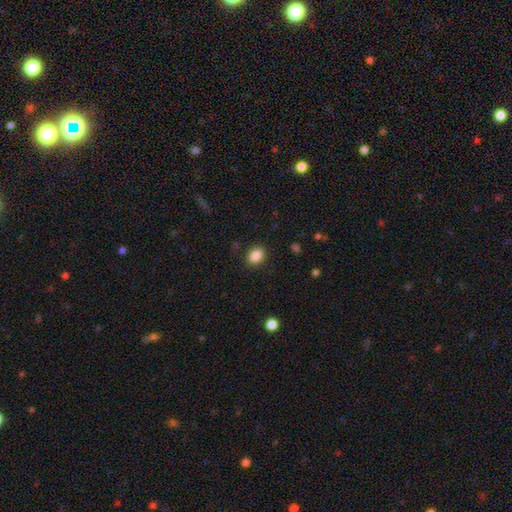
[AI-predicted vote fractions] A smooth galaxy with no disk features (87%) that is in between round and cigar-shaped (66%). Merging: none (86%).